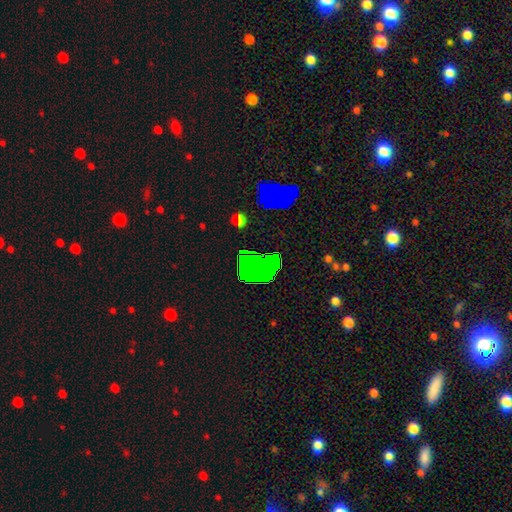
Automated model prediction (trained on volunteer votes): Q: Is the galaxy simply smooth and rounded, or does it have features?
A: star or artifact — 50%.